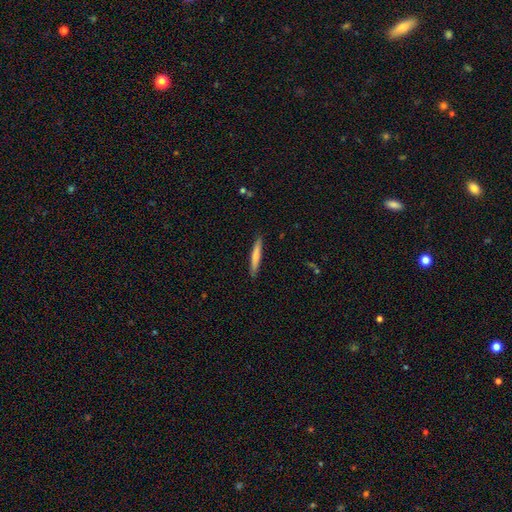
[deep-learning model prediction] A smooth galaxy with no disk features (73%) that is cigar-shaped (95%).

Vote fractions:
- Smooth or featured? smooth: 73% / featured or disk: 21% / star or artifact: 6%
- How rounded? cigar-shaped: 95% / in between: 4% / round: 1%
- Merging? none: 90% / minor disturbance: 8% / major disturbance: 1% / merger: 1%